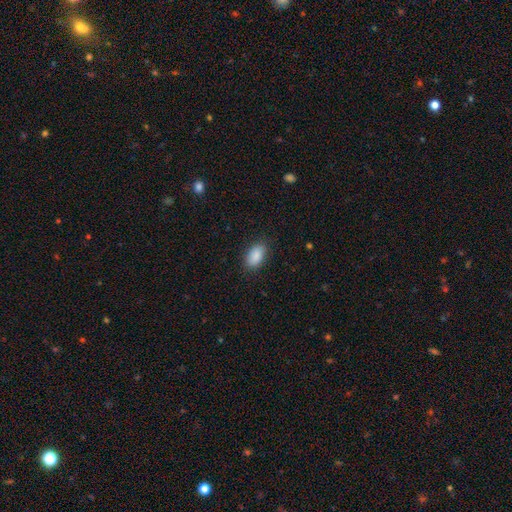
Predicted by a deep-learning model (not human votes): Overall: smooth (90%). How rounded: in between (93%). Merging: none (86%).